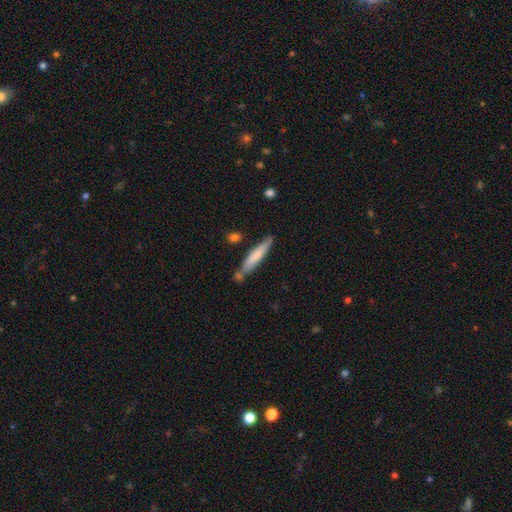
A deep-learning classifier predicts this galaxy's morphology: This appears to be a smooth galaxy with no disk features (67%) that is cigar-shaped (92%). Merging: none (71%).